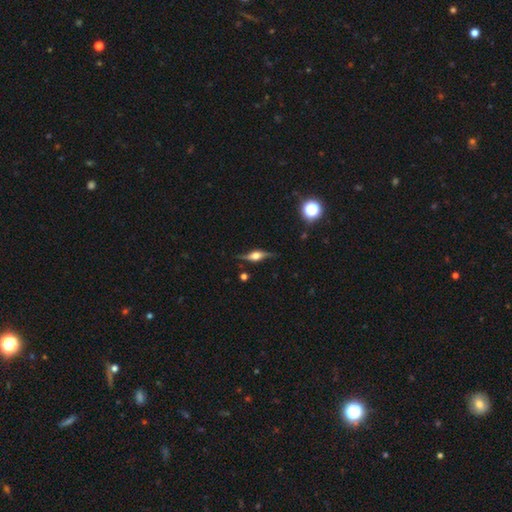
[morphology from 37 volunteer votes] featured or disk 70%, smooth 27%, star or artifact 3%. Down the decision tree: edge-on disk — yes (77%); edge-on bulge — rounded (80%); merging — none (78%).